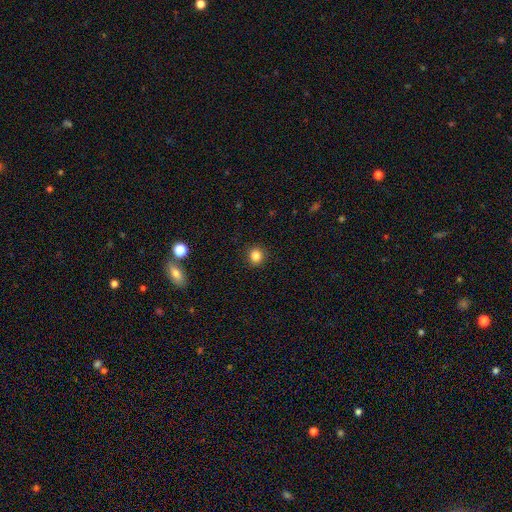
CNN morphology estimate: smooth-or-featured: smooth: 84% | star or artifact: 12% | featured or disk: 4%
  how-rounded: round: 89% | in between: 10% | cigar-shaped: 1%
  merging: none: 91% | minor disturbance: 6% | major disturbance: 2% | merger: 1%